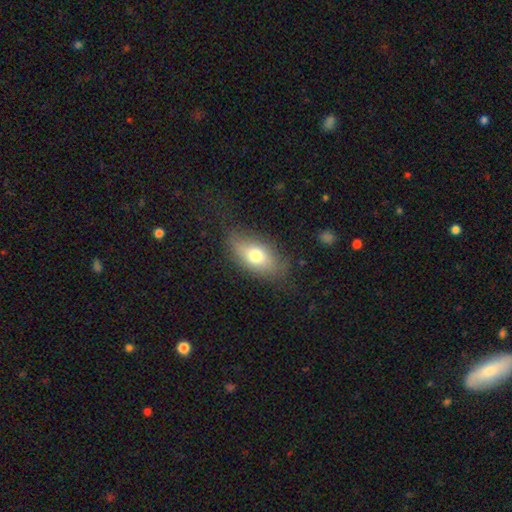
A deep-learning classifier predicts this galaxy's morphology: smooth 72%, featured or disk 19%, star or artifact 9%. Down the decision tree: how rounded — in between (86%); merging — none (74%).